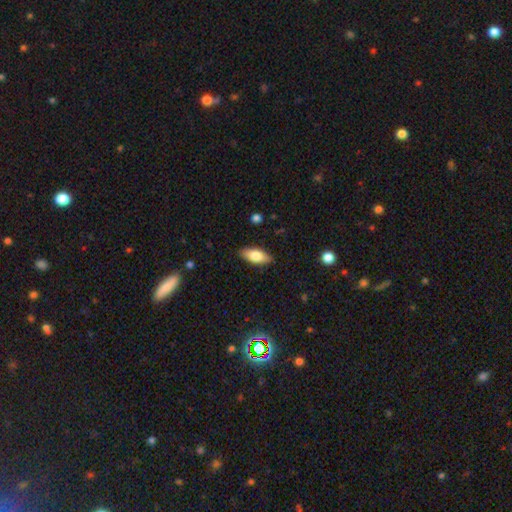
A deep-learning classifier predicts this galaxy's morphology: The model was most divided on "smooth or featured": smooth: 75%, featured or disk: 18%, star or artifact: 7%. More confident: merging — none (87%); how rounded — in between (83%).